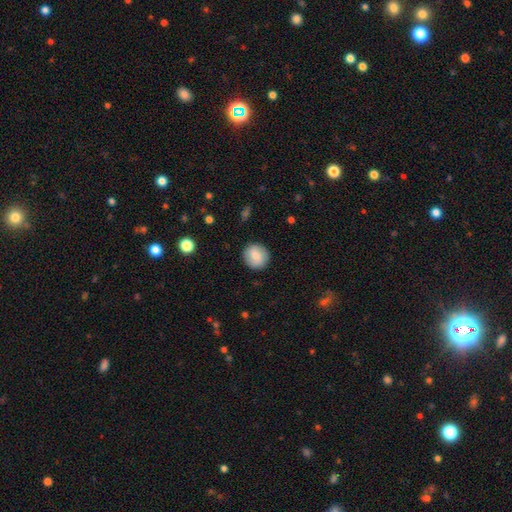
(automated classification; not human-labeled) The model was most divided on "smooth or featured": smooth: 78%, featured or disk: 14%, star or artifact: 7%. More confident: how rounded — round (89%); merging — none (89%).